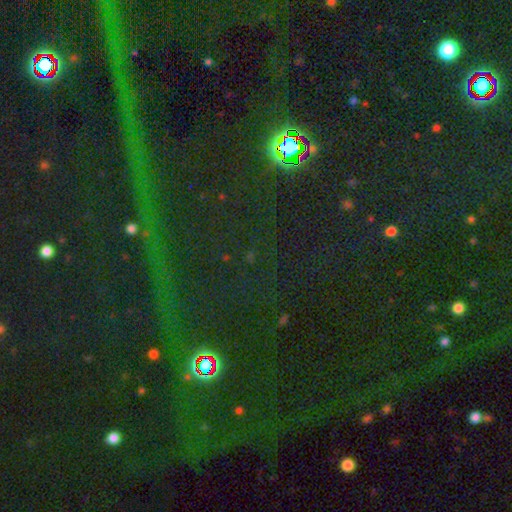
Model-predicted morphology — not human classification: type=star or artifact (84%).